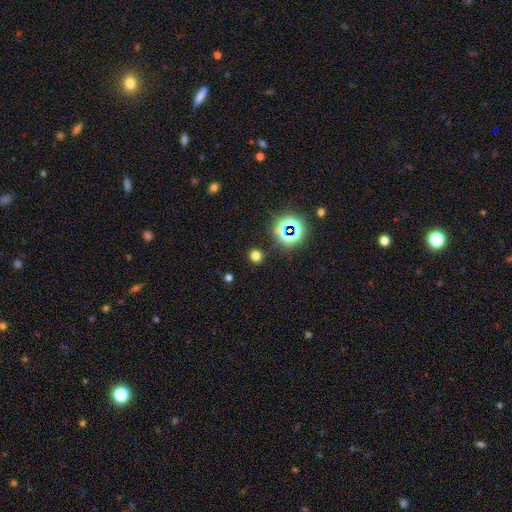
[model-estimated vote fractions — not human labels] A smooth galaxy with no disk features (67%) that is round (86%).

Vote fractions:
- Smooth or featured? smooth: 67% / star or artifact: 27% / featured or disk: 6%
- How rounded? round: 86% / in between: 13% / cigar-shaped: 1%
- Merging? none: 87% / minor disturbance: 7% / major disturbance: 3% / merger: 2%